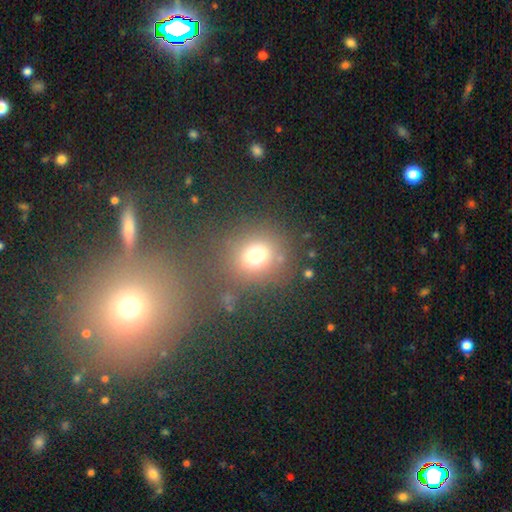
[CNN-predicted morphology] Smooth or featured: smooth — 71% (star or artifact — 18%)
How rounded: round — 76% (in between — 22%)
Merging: none — 69% (merger — 12%)